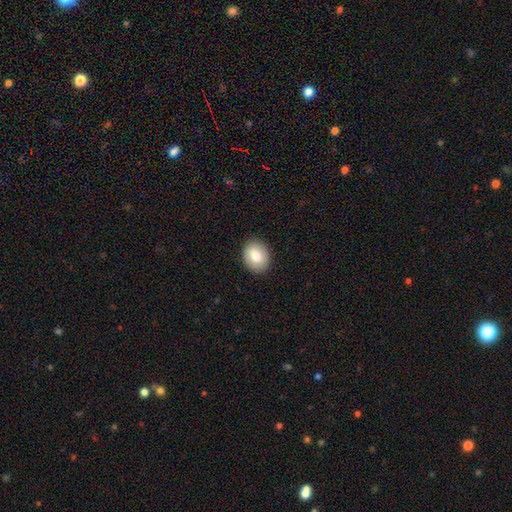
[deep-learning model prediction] This is likely a smooth galaxy (76%). How rounded: possibly in between (52%). Merging: clearly none (88%).